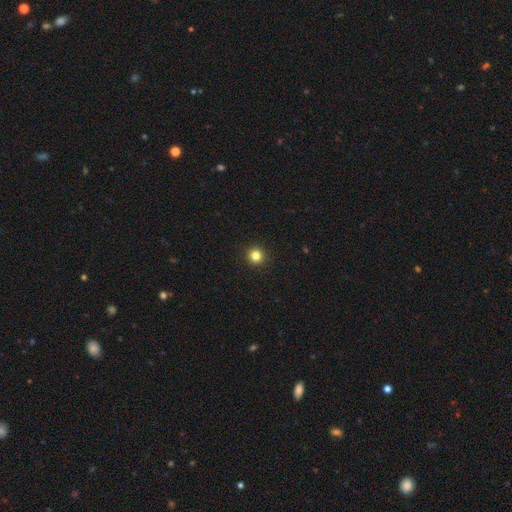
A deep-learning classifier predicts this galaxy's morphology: Smooth or featured? smooth (83%)
How rounded? round (95%)
Merging? none (93%)